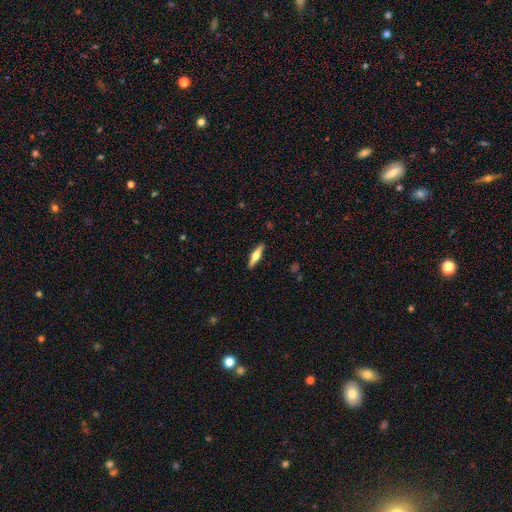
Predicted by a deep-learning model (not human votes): A featured or disk galaxy (56%) viewed edge-on (95%) with a rounded central bulge (94%).

Vote fractions:
- Smooth or featured? featured or disk: 56% / smooth: 38% / star or artifact: 6%
- Edge-on disk? yes: 95% / no: 5%
- Edge-on bulge? rounded: 94% / boxy: 4% / none: 2%
- Merging? none: 90% / minor disturbance: 7% / major disturbance: 2% / merger: 1%